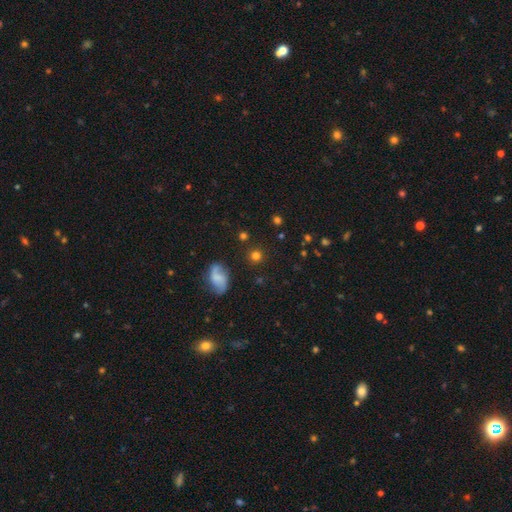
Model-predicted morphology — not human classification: smooth-or-featured: smooth: 74% | star or artifact: 16% | featured or disk: 10%
  how-rounded: round: 90% | in between: 9% | cigar-shaped: 1%
  merging: none: 85% | minor disturbance: 8% | merger: 4% | major disturbance: 3%